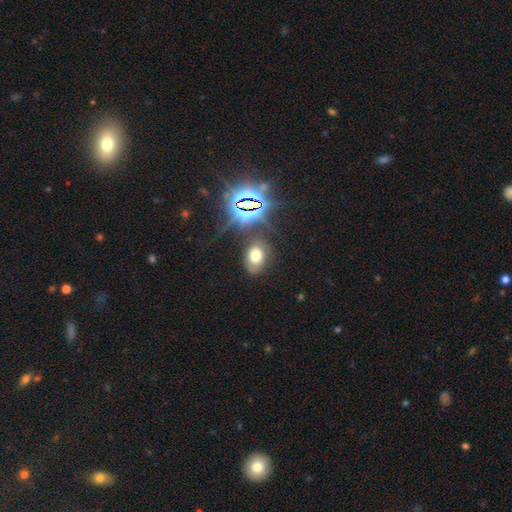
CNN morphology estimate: This appears to be a smooth galaxy with no disk features (59%) that is in between round and cigar-shaped (81%). Merging: none (74%).